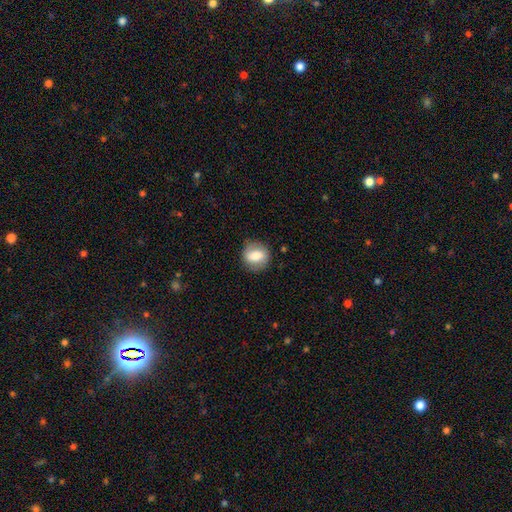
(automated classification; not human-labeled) Q: Smooth or featured?
A: smooth (69%); runner-up: featured or disk (23%)
Q: How rounded?
A: round (65%); runner-up: in between (34%)
Q: Merging?
A: none (81%); runner-up: minor disturbance (14%)